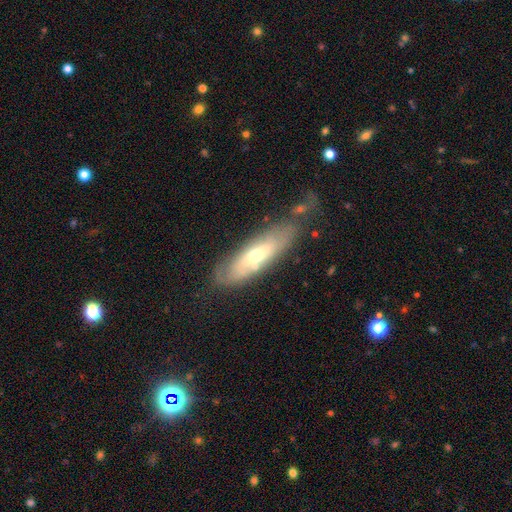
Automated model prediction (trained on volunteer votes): Smooth or featured? featured or disk (51%)
Edge-on disk? no (66%)
Merging? none (61%)